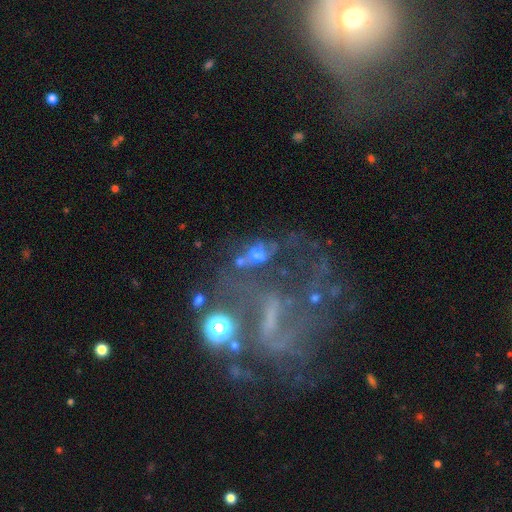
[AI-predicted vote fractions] smooth_or_featured: featured or disk (p=0.49) [alt: smooth p=0.29]
merging: none (p=0.30) [alt: merger p=0.28]